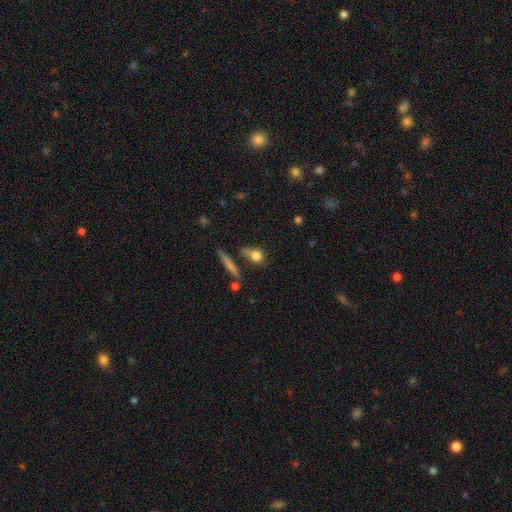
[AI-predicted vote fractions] Smooth or featured?
  - smooth: 78% *
  - featured or disk: 12%
  - star or artifact: 10%
How rounded?
  - round: 53% *
  - in between: 33%
  - cigar-shaped: 13%
Merging?
  - none: 57% *
  - minor disturbance: 19%
  - merger: 15%
  - major disturbance: 10%